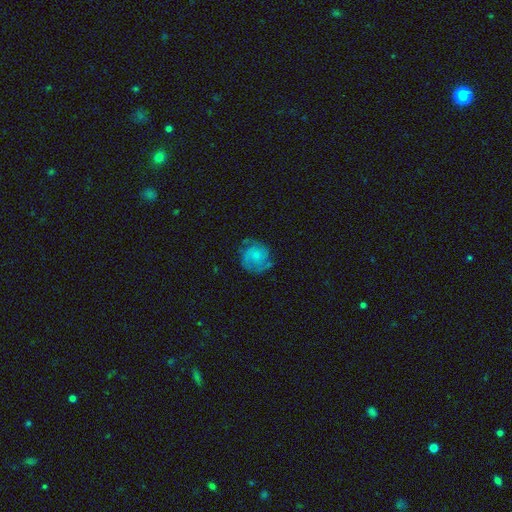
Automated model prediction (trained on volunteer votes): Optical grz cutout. It shows a smooth galaxy with no disk features (48%). Merging: none (63%).